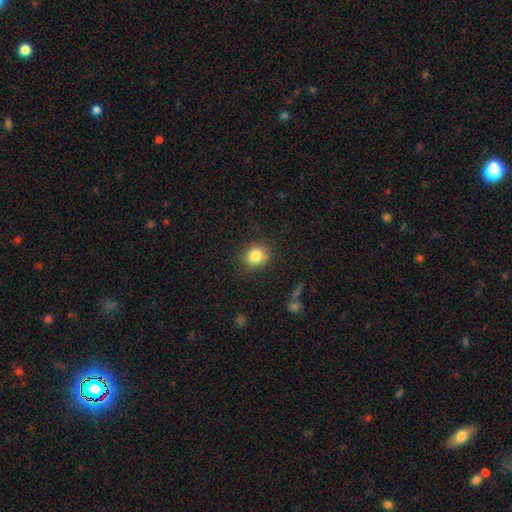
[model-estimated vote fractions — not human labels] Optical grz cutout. It shows a smooth galaxy with no disk features (82%) that is round (73%). Merging: none (81%).